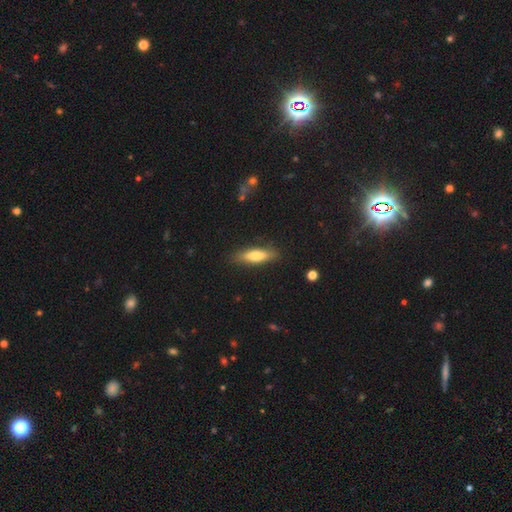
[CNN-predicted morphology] Smooth or featured: smooth — 66% (featured or disk — 28%)
How rounded: cigar-shaped — 60% (in between — 38%)
Merging: none — 84% (minor disturbance — 12%)